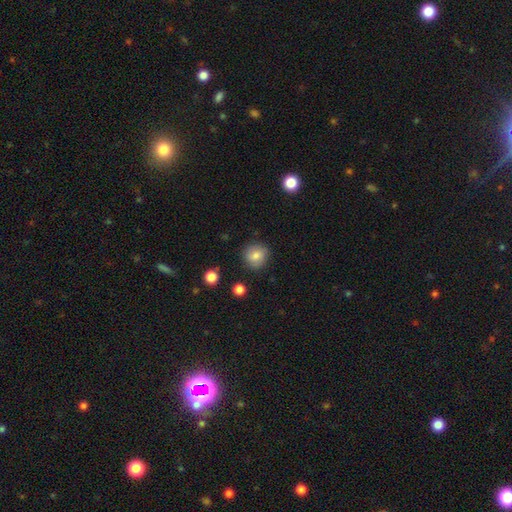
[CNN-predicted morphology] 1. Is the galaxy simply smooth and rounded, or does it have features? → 81% smooth, 10% featured or disk, 9% star or artifact.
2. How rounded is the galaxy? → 87% round, 12% in between, 1% cigar-shaped.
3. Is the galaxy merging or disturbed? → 85% none, 10% minor disturbance, 3% major disturbance, 2% merger.